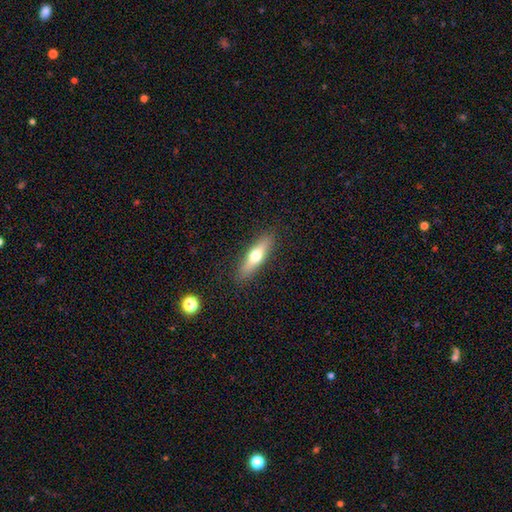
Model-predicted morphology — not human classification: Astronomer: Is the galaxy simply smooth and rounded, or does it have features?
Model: smooth — 54% (runner-up: featured or disk, 40%).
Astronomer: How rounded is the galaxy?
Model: cigar-shaped — 70%.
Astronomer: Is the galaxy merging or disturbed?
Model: none — 88%.